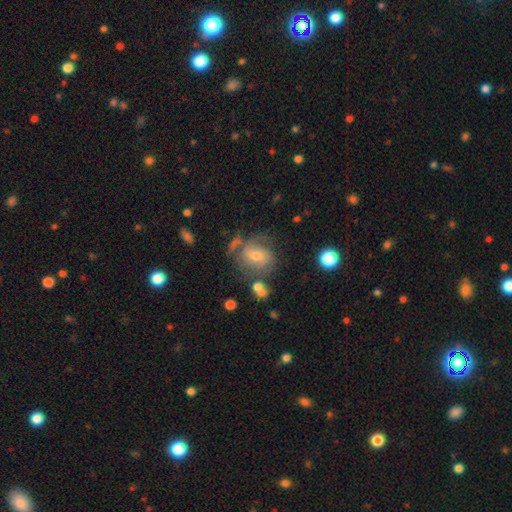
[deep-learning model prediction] Overall: featured or disk (64%; smooth 25%). Edge-on disk: no (96%). Bar: no (47%; weak 42%). Spiral arms: yes (83%). Spiral arm count: 2 (37%; can't tell 35%). Spiral winding: tight (44%; medium 40%). Bulge size: moderate (59%; small 34%). Merging: none (52%; minor disturbance 21%).